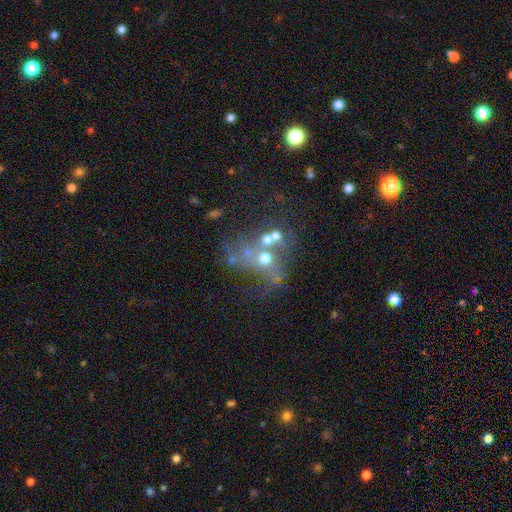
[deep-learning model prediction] The model was most divided on "merging": merger: 40%, none: 26%, major disturbance: 24%, minor disturbance: 10%. Remaining: smooth or featured — featured or disk (46%).